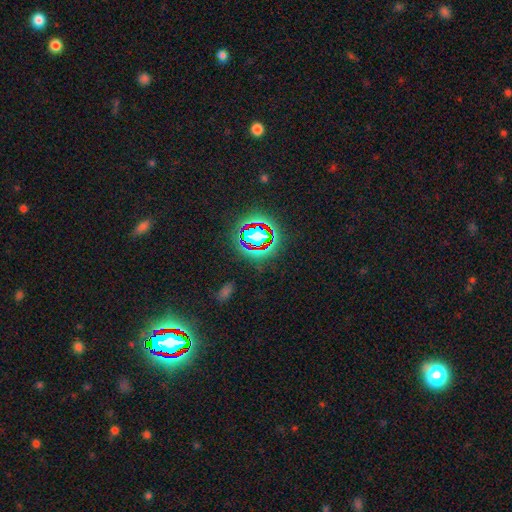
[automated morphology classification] Q: Smooth or featured?
A: star or artifact (80%); runner-up: smooth (12%)